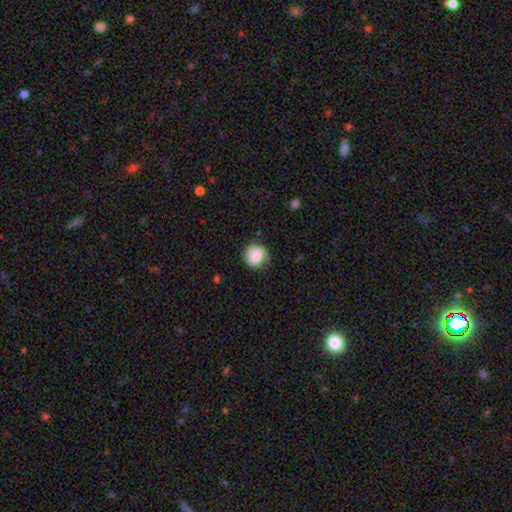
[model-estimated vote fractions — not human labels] A smooth galaxy with no disk features (77%) that is round (90%).

Vote fractions:
- Smooth or featured? smooth: 77% / featured or disk: 15% / star or artifact: 8%
- How rounded? round: 90% / in between: 9% / cigar-shaped: 1%
- Merging? none: 76% / minor disturbance: 18% / major disturbance: 5% / merger: 1%